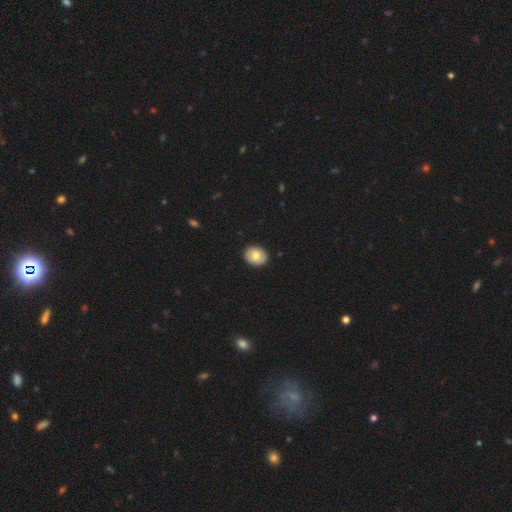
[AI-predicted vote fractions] This is likely a smooth galaxy (73%). How rounded: possibly round (50%). Merging: clearly none (91%).